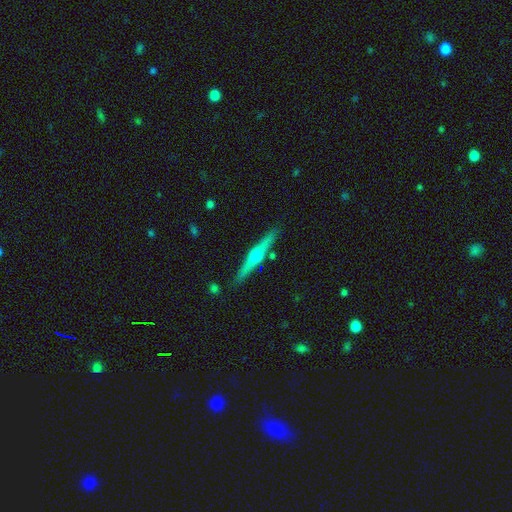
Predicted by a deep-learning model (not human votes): Smooth or featured? featured or disk (73%)
Edge-on disk? yes (98%)
Edge-on bulge? rounded (92%)
Merging? none (87%)